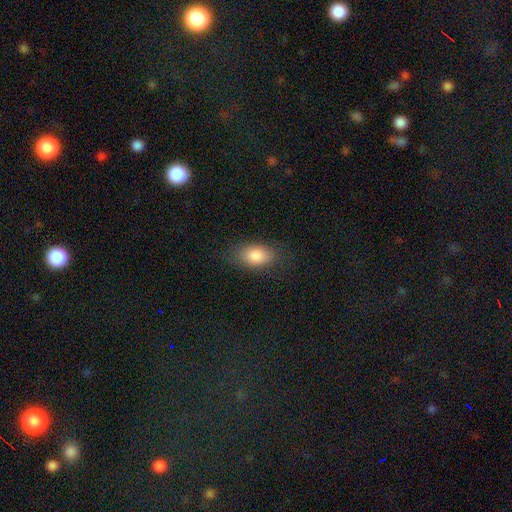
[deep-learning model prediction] smooth-or-featured: smooth: 85% | featured or disk: 7% | star or artifact: 7%
  how-rounded: in between: 90% | round: 8% | cigar-shaped: 3%
  merging: none: 80% | minor disturbance: 14% | major disturbance: 5% | merger: 1%